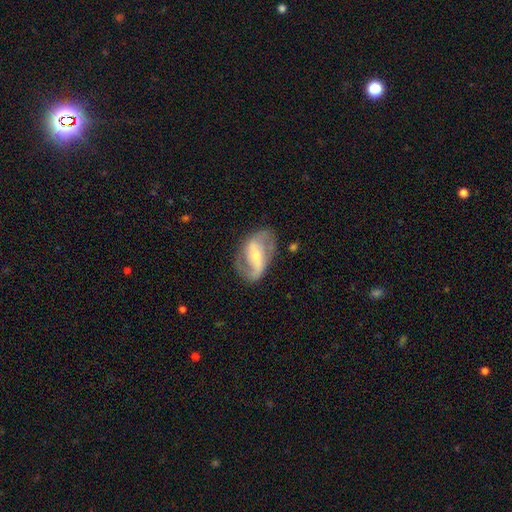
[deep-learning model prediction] This appears to be a featured or disk galaxy (81%) with a strong bar (45%), 2 (84%) loose (44%) spiral arms (90%) and a small central bulge (46%). Merging: none (70%).